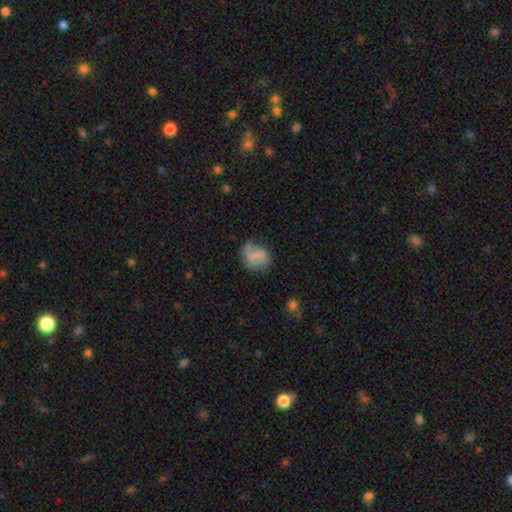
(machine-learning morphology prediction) This is possibly a smooth galaxy (59%). How rounded: possibly in between (51%). Merging: possibly none (48%).